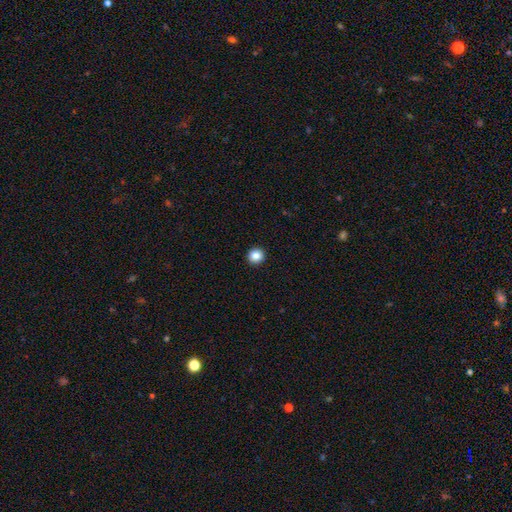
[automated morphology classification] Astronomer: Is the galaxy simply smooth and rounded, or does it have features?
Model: smooth — 85%.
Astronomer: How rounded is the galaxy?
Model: round — 93%.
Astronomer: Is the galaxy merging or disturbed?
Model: none — 94%.